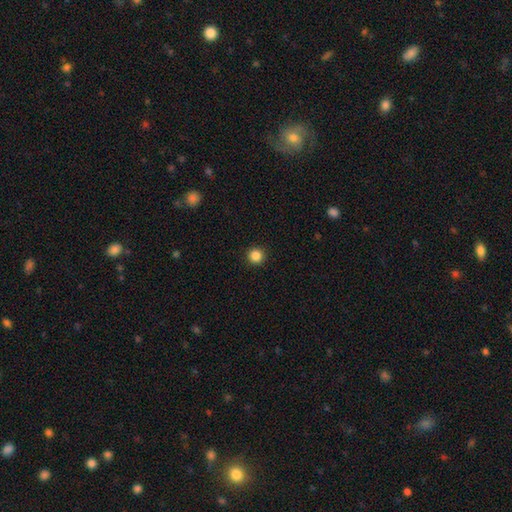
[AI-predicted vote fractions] smooth-or-featured: smooth: 86% | star or artifact: 11% | featured or disk: 3%
  how-rounded: round: 95% | in between: 4% | cigar-shaped: 1%
  merging: none: 93% | minor disturbance: 4% | major disturbance: 2% | merger: 1%